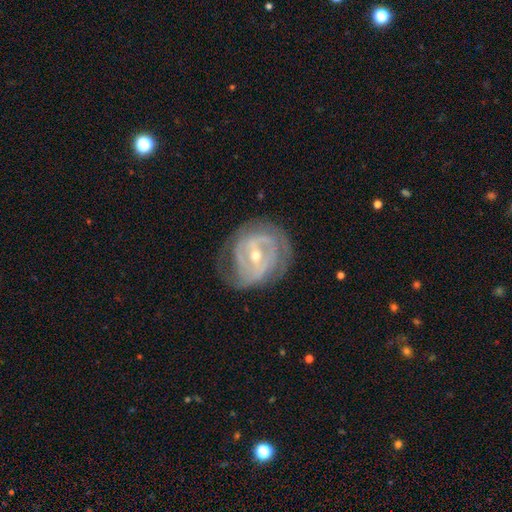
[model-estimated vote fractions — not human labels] A featured or disk galaxy (87%) with a strong bar (44%), 2 (40%) tight (59%) spiral arms (89%) and a small central bulge (50%).

Vote fractions:
- Smooth or featured? featured or disk: 87% / smooth: 8% / star or artifact: 5%
- Edge-on disk? no: 96% / yes: 4%
- Bar? strong: 44% / weak: 40% / no: 17%
- Spiral arms? yes: 89% / no: 11%
- Spiral winding? tight: 59% / medium: 32% / loose: 10%
- Spiral arm count? 2: 40% / can't tell: 30% / 3: 17% / 4: 6% / 1: 4% / more than 4: 3%
- Bulge size? small: 50% / moderate: 47% / large: 1% / none: 1% / dominant: 1%
- Merging? none: 67% / minor disturbance: 20% / major disturbance: 12% / merger: 1%